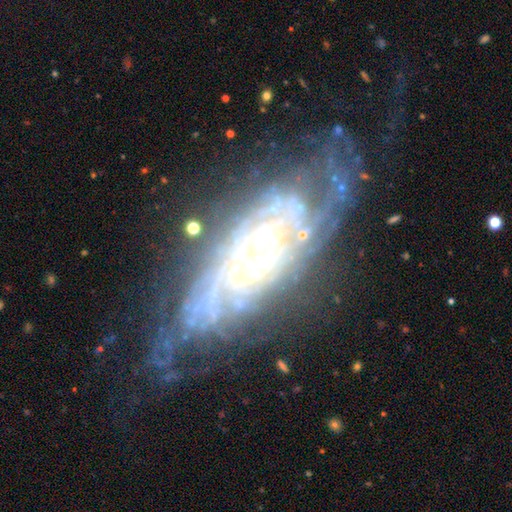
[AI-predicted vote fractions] Q: Smooth or featured?
A: featured or disk (83%); runner-up: smooth (9%)
Q: Edge-on disk?
A: no (85%); runner-up: yes (15%)
Q: Bar?
A: no (58%); runner-up: weak (27%)
Q: Spiral arms?
A: yes (91%); runner-up: no (9%)
Q: Spiral winding?
A: tight (70%); runner-up: medium (24%)
Q: Spiral arm count?
A: can't tell (50%); runner-up: 2 (13%)
Q: Bulge size?
A: small (49%); runner-up: moderate (28%)
Q: Merging?
A: none (63%); runner-up: minor disturbance (21%)